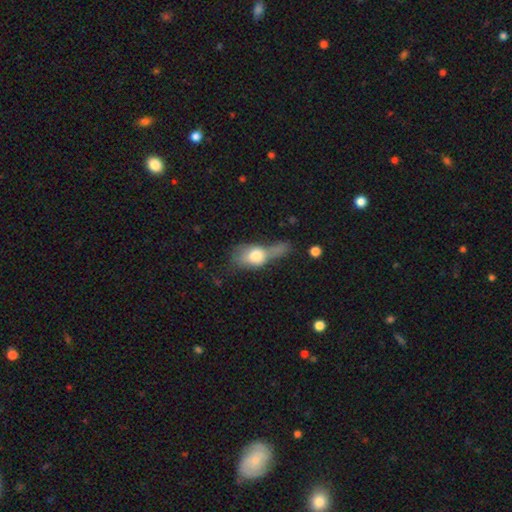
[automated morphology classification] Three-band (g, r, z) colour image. It shows a smooth galaxy with no disk features (67%) that is in between round and cigar-shaped (70%). Merging: merger (32%, tied with major disturbance).